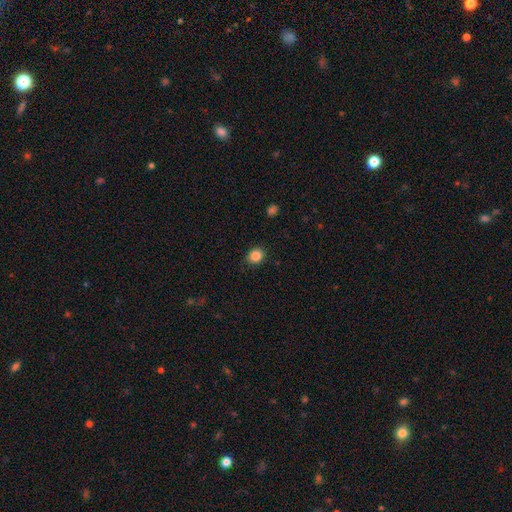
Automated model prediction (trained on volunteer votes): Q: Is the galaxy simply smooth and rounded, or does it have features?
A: smooth — 86%.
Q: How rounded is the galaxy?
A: round — 74%.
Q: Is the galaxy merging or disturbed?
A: none — 89%.